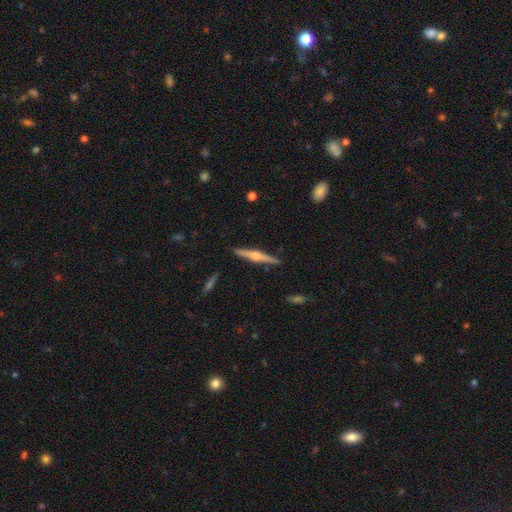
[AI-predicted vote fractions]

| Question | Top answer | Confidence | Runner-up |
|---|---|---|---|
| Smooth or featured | featured or disk | 72% | smooth (22%) |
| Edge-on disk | yes | 98% | no (2%) |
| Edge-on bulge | rounded | 82% | boxy (13%) |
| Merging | none | 90% | minor disturbance (7%) |